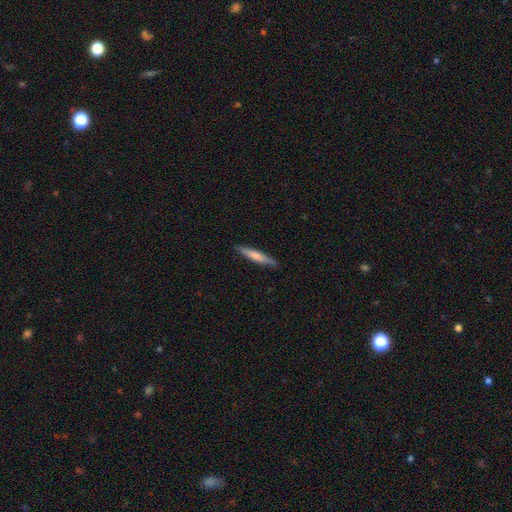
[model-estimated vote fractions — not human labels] smooth 65%, featured or disk 29%, star or artifact 5%. Down the decision tree: how rounded — cigar-shaped (92%); merging — none (89%).